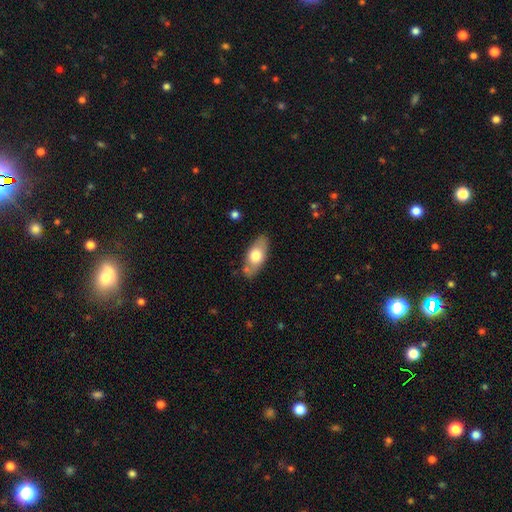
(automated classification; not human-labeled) Morphology: type=smooth (65%); roundness=in between (87%); merging=none (76%).